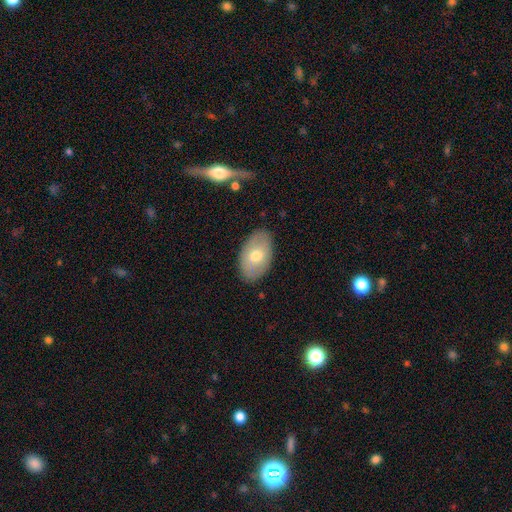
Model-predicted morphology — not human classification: Smooth or featured? smooth (65%)
How rounded? in between (92%)
Merging? none (84%)